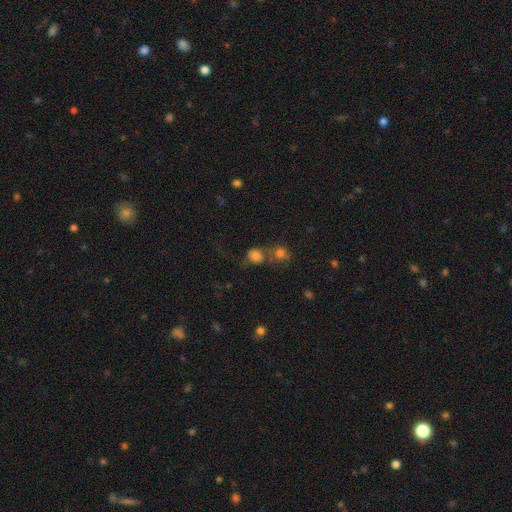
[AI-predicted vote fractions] smooth-or-featured: smooth: 73% | star or artifact: 16% | featured or disk: 11%
  how-rounded: round: 68% | in between: 31% | cigar-shaped: 1%
  merging: merger: 41% | none: 37% | minor disturbance: 13% | major disturbance: 10%